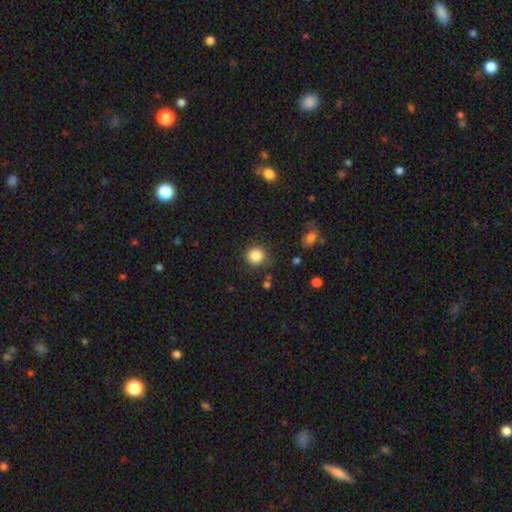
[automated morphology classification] Smooth or featured? Predicted: smooth (p=0.86). How rounded? Predicted: round (p=0.92). Merging? Predicted: none (p=0.83).